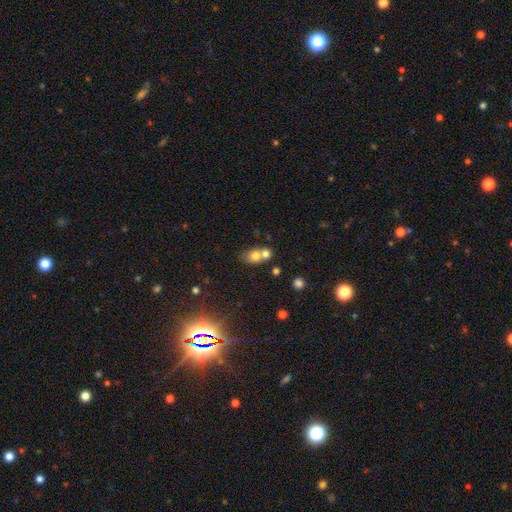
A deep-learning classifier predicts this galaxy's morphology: A smooth galaxy with no disk features (73%) that is in between round and cigar-shaped (49%, tied with round).

Vote fractions:
- Smooth or featured? smooth: 73% / featured or disk: 15% / star or artifact: 12%
- How rounded? in between: 49% (tied) / round: 49% (tied) / cigar-shaped: 2%
- Merging? merger: 52% / none: 36% / minor disturbance: 9% / major disturbance: 4%